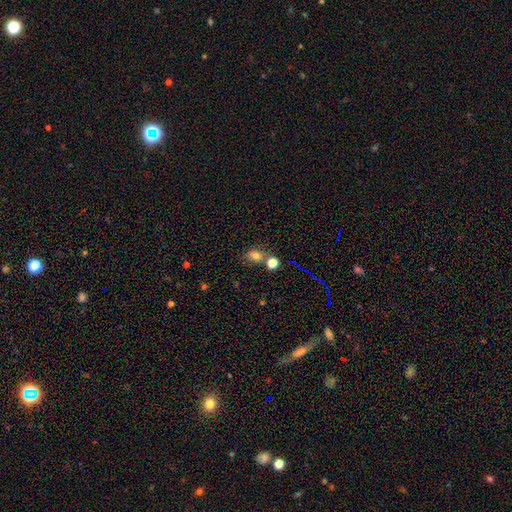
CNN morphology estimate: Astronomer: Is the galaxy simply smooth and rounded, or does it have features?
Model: smooth — 74%.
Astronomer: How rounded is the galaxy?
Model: in between — 54% (runner-up: round, 44%).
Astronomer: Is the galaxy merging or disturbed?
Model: none — 61%.